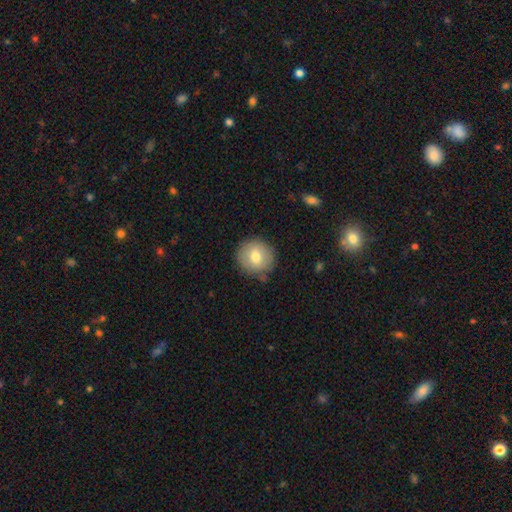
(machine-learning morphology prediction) Smooth or featured? Predicted: smooth (p=0.75). How rounded? Predicted: round (p=0.92). Merging? Predicted: none (p=0.85).